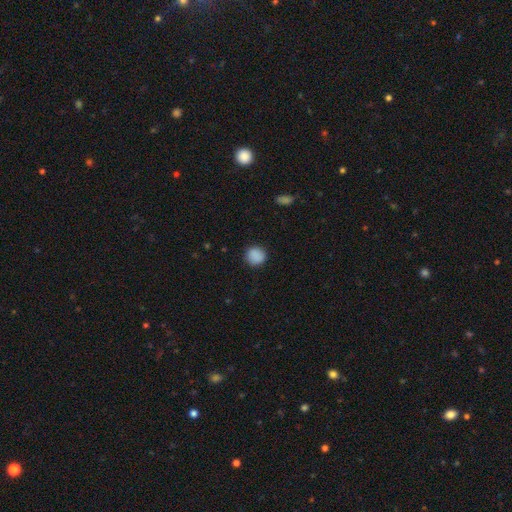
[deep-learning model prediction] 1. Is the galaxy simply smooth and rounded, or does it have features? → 88% smooth, 9% star or artifact, 3% featured or disk.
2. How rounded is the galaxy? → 89% round, 10% in between, 1% cigar-shaped.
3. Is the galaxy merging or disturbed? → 88% none, 8% minor disturbance, 2% major disturbance, 1% merger.